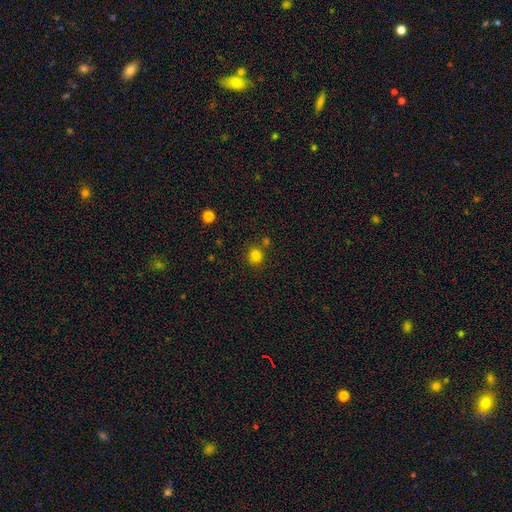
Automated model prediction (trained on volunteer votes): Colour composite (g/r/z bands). It shows a smooth galaxy with no disk features (82%) that is round (82%). Merging: none (77%).